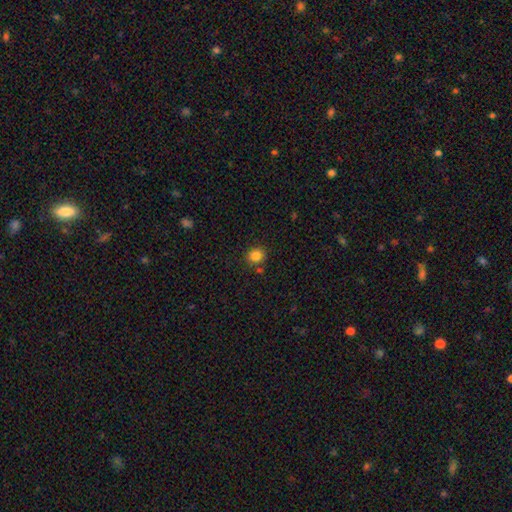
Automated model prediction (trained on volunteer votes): smooth 84%, star or artifact 11%, featured or disk 5%. Down the decision tree: how rounded — round (82%); merging — none (82%).